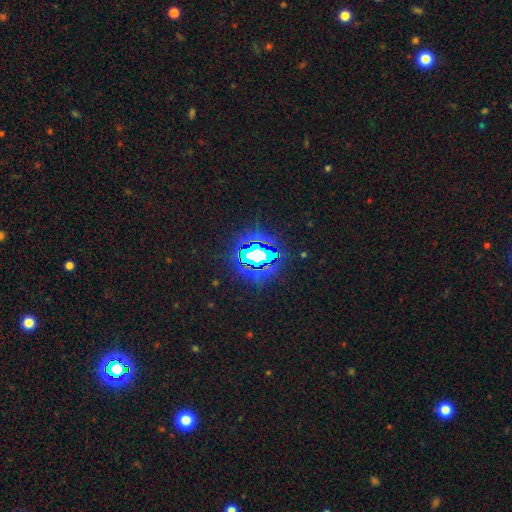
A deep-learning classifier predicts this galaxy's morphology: This is likely a star or artifact rather than a galaxy (71%).